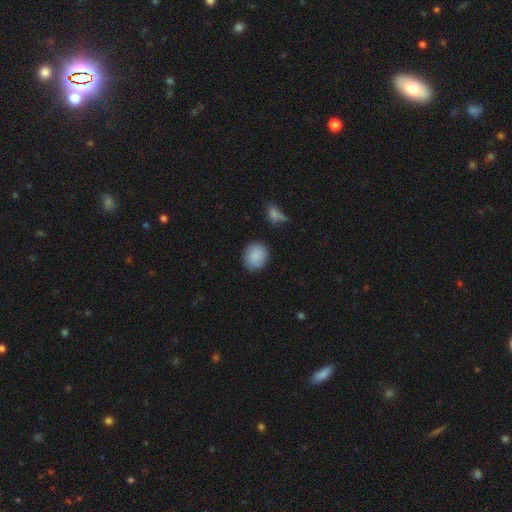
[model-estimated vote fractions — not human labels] Morphology: type=smooth (87%); roundness=round (72%); merging=none (83%).